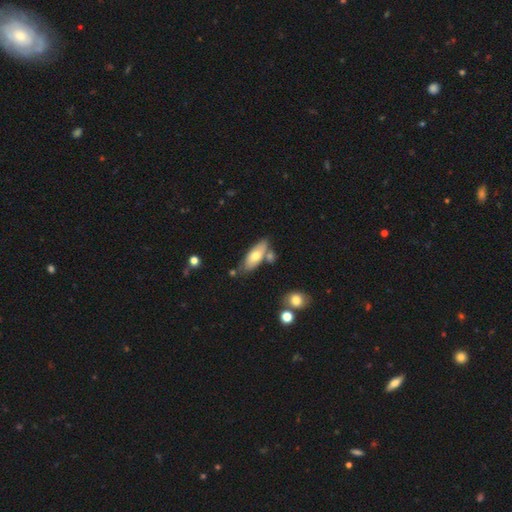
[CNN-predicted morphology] Smooth or featured? Predicted: smooth (p=0.64). How rounded? Predicted: in between (p=0.74). Merging? Predicted: none (p=0.67).